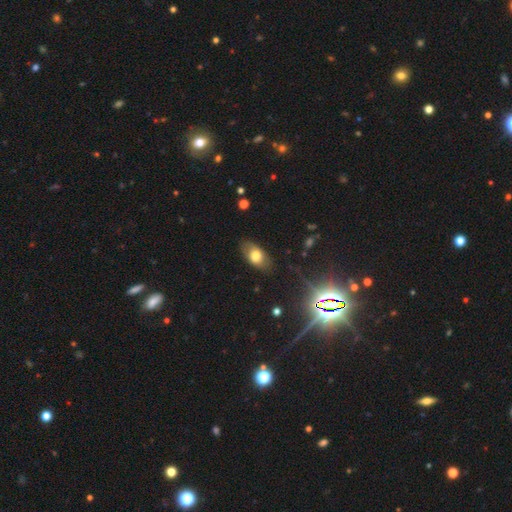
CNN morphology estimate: Smooth or featured? smooth (68%)
How rounded? in between (90%)
Merging? none (78%)